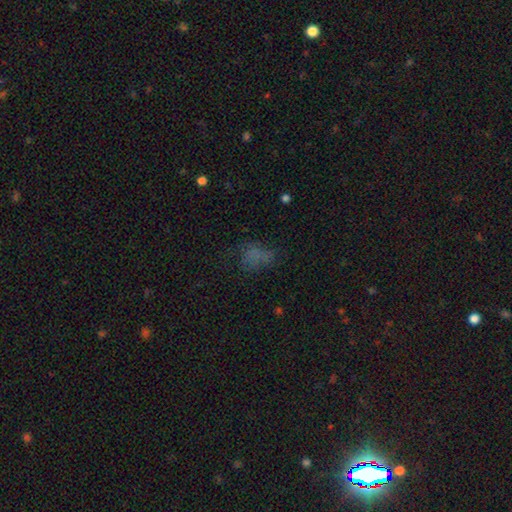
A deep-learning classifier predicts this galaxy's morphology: Smooth or featured? smooth (54%)
How rounded? in between (71%)
Merging? none (47%)